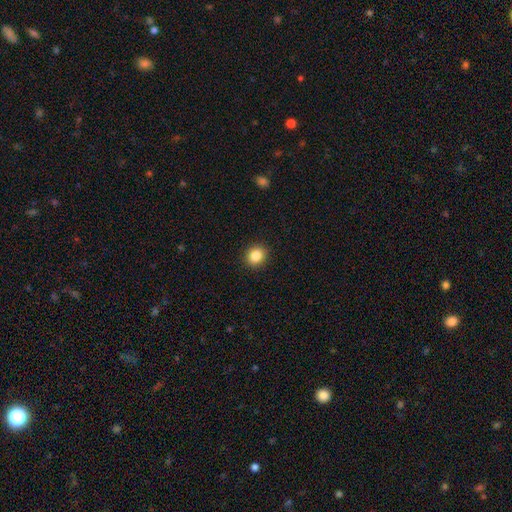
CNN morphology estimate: A smooth galaxy with no disk features (85%) that is round (82%). Merging: none (92%).